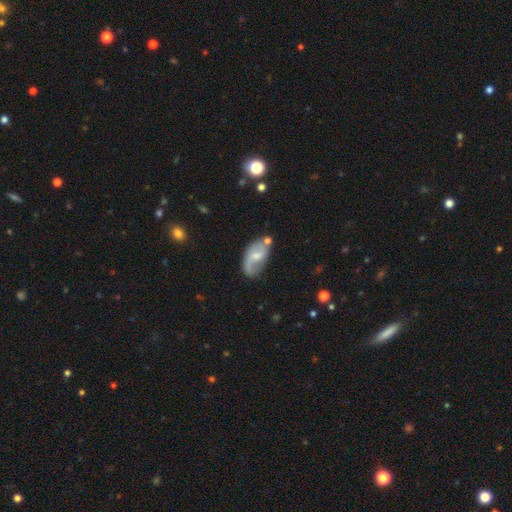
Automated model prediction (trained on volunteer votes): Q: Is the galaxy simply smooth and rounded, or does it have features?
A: featured or disk — 65%.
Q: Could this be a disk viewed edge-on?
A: no — 95%.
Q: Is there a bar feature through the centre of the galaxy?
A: weak — 47%.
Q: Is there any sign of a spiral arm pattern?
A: yes — 86%.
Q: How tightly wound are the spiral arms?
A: loose — 55%.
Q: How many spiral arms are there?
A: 2 — 73%.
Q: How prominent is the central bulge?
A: small — 52%.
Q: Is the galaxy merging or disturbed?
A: none — 56%.